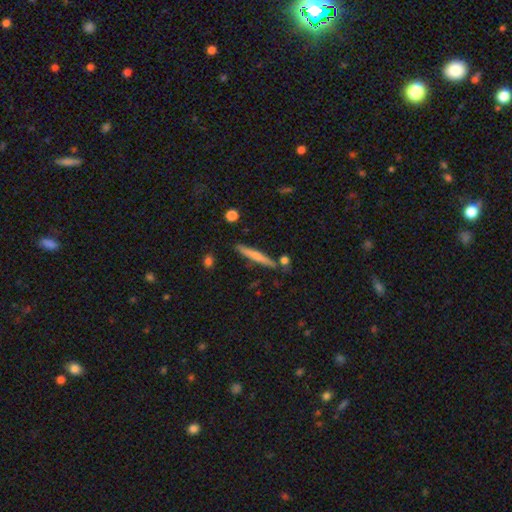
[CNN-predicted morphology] Smooth or featured? smooth (61%)
How rounded? cigar-shaped (95%)
Merging? none (84%)